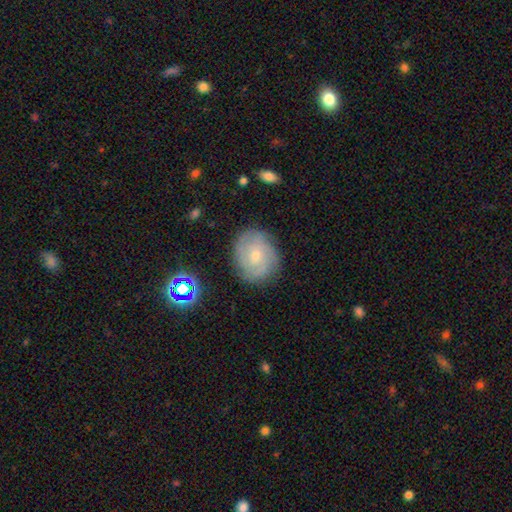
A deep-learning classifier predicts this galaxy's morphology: Smooth or featured? Predicted: featured or disk (p=0.67). Edge-on disk? Predicted: no (p=0.97). Bar? Predicted: no (p=0.67). Spiral arms? Predicted: yes (p=0.92). Spiral winding? Predicted: tight (p=0.59). Spiral arm count? Predicted: can't tell (p=0.31). Bulge size? Predicted: small (p=0.62). Merging? Predicted: none (p=0.80).